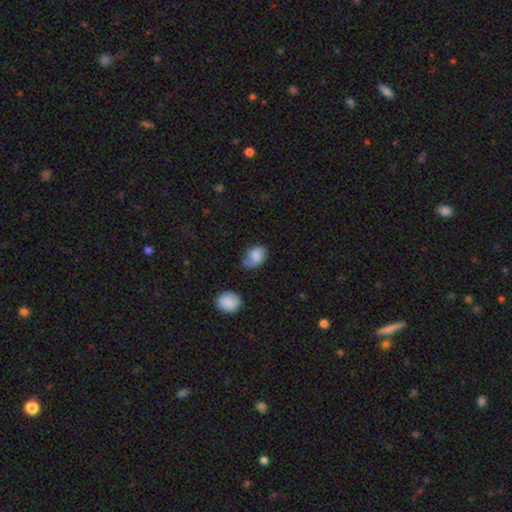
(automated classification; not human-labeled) A smooth galaxy with no disk features (71%) that is in between round and cigar-shaped (75%). Merging: none (49%).